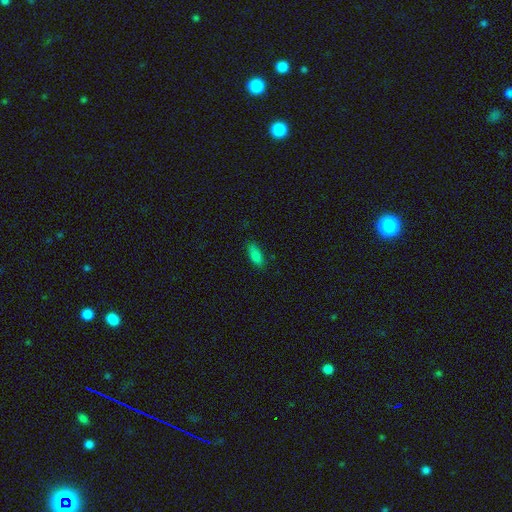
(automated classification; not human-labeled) smooth-or-featured: smooth: 84% | star or artifact: 10% | featured or disk: 6%
  how-rounded: in between: 79% | cigar-shaped: 19% | round: 2%
  merging: none: 81% | minor disturbance: 15% | major disturbance: 3% | merger: 1%